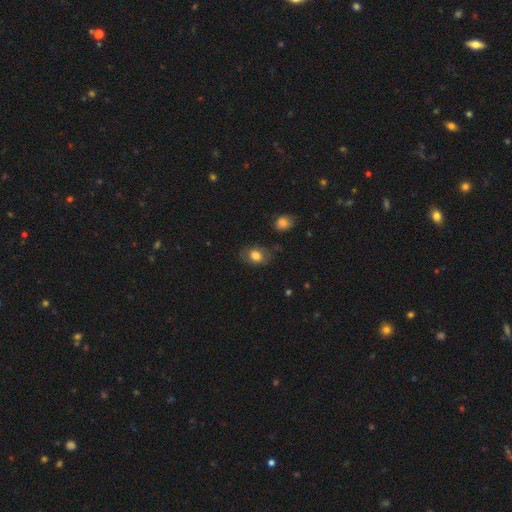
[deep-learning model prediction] This appears to be a smooth galaxy with no disk features (73%) that is in between round and cigar-shaped (71%). Merging: none (72%).